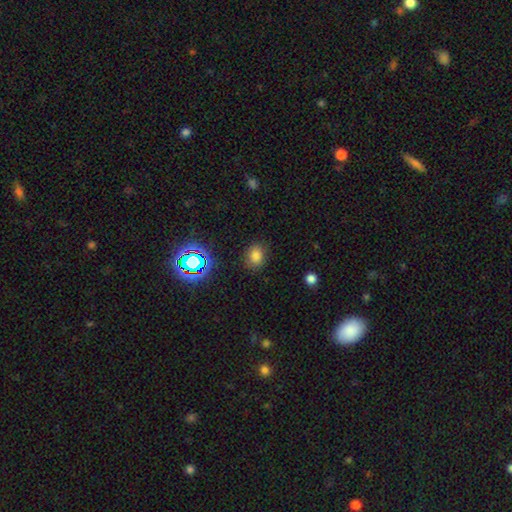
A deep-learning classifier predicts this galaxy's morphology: smooth-or-featured: smooth: 76% | star or artifact: 18% | featured or disk: 7%
  how-rounded: round: 50% | in between: 49% | cigar-shaped: 1%
  merging: none: 84% | minor disturbance: 11% | major disturbance: 3% | merger: 2%